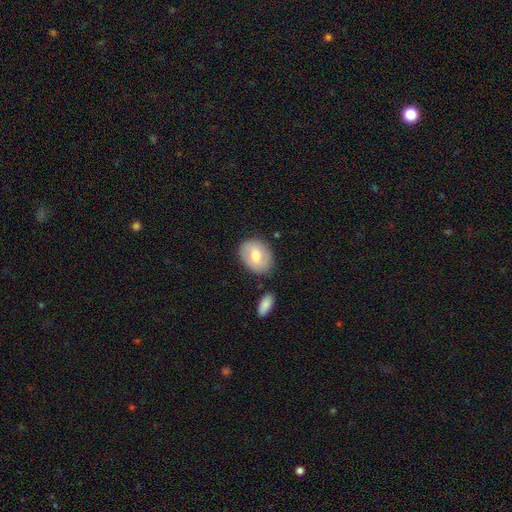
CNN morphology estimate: Smooth or featured?
  - smooth: 67% *
  - featured or disk: 27%
  - star or artifact: 6%
How rounded?
  - in between: 54% *
  - round: 44%
  - cigar-shaped: 1%
Merging?
  - none: 78% *
  - minor disturbance: 13%
  - merger: 5%
  - major disturbance: 3%